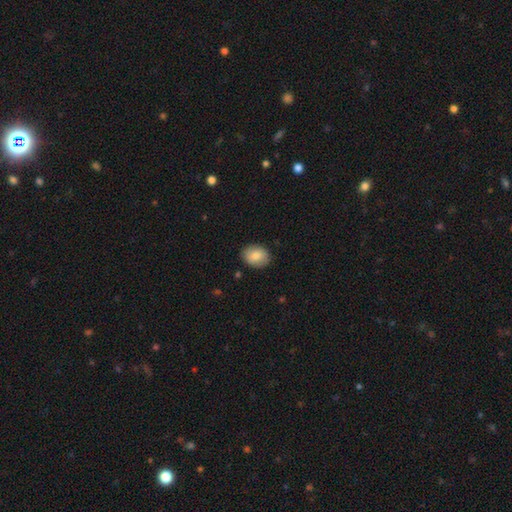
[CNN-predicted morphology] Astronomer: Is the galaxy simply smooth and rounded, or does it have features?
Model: smooth — 83%.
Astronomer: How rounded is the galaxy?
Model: in between — 59% (runner-up: round, 40%).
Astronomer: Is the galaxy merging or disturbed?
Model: none — 87%.